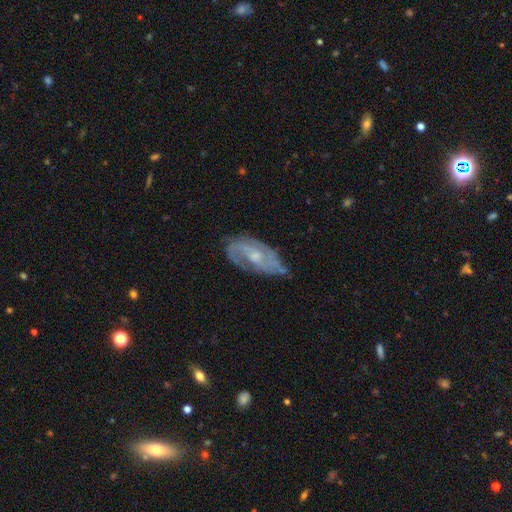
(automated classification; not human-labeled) Morphology: type=featured or disk (78%); edge-on=no (93%); bar=no (56%); spiral arms=yes (90%); winding=medium (44%); arm count=2 (53%); bulge=small (48%); merging=none (62%).